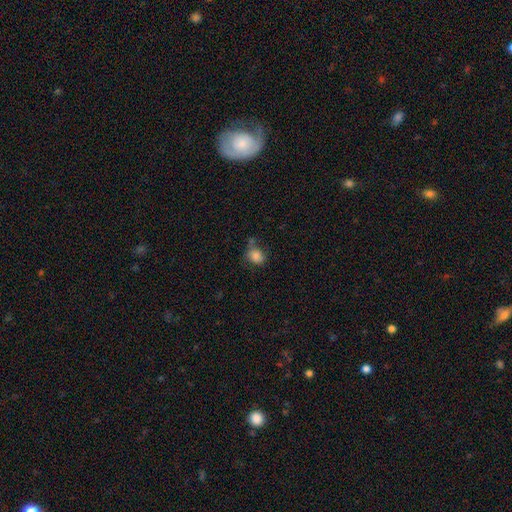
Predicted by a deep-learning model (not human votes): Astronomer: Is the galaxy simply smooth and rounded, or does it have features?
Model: smooth — 82%.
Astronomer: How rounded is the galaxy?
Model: round — 56% (runner-up: in between, 43%).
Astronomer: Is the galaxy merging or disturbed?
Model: none — 50% (runner-up: minor disturbance, 25%).